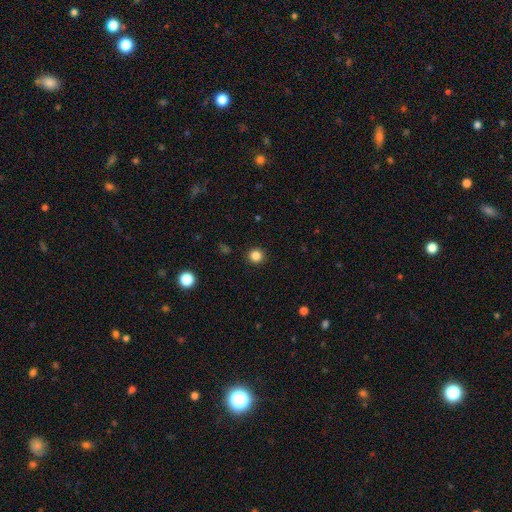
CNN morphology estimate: type=smooth (84%); roundness=round (94%); merging=none (92%).